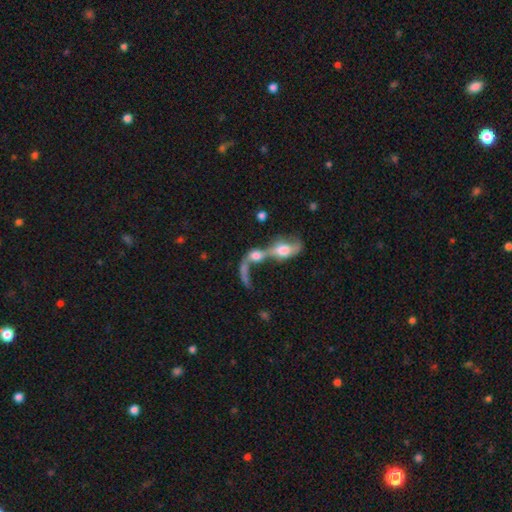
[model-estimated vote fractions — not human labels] featured or disk 45%, smooth 43%, star or artifact 12%. Down the decision tree: merging — merger (82%).